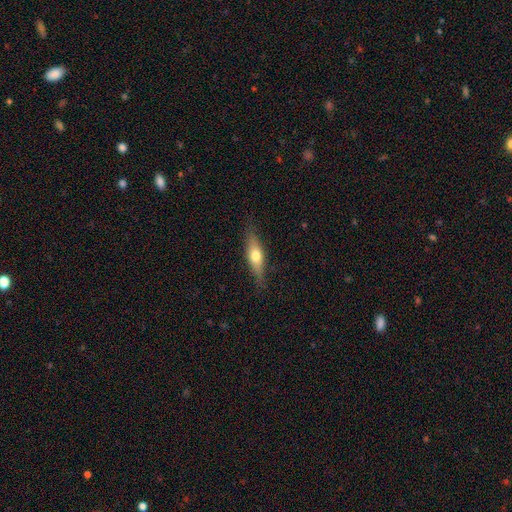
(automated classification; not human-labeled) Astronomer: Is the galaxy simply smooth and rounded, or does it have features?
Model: smooth — 55% (runner-up: featured or disk, 39%).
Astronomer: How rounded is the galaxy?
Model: cigar-shaped — 54% (runner-up: in between, 42%).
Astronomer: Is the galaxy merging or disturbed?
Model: none — 82%.